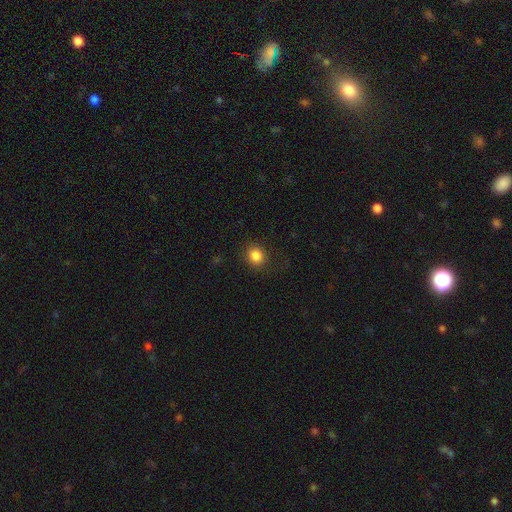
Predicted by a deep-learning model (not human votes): A smooth galaxy with no disk features (85%) that is round (75%). Merging: none (85%).